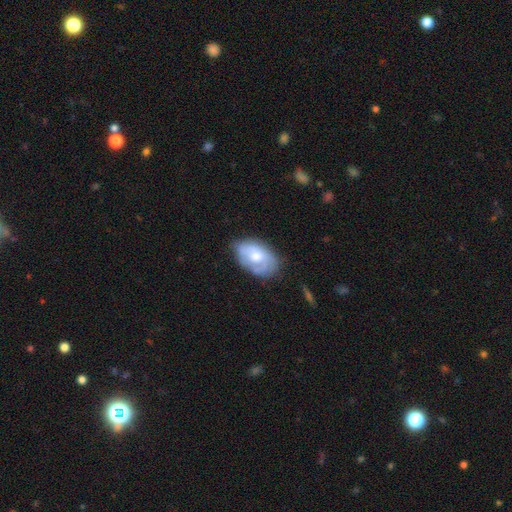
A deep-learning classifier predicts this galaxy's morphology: A featured or disk galaxy (50%).

Vote fractions:
- Smooth or featured? featured or disk: 50% / smooth: 44% / star or artifact: 6%
- Merging? none: 57% / minor disturbance: 31% / major disturbance: 10% / merger: 2%